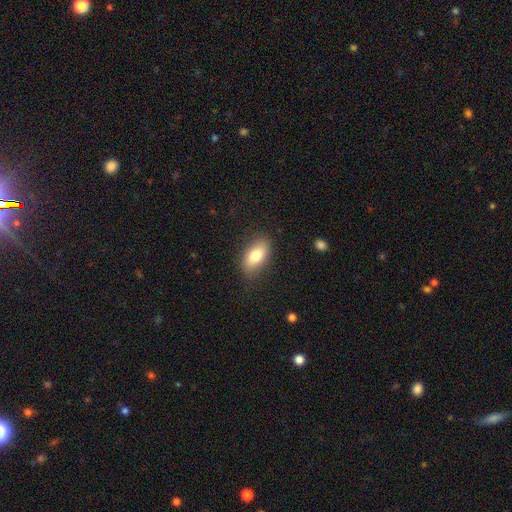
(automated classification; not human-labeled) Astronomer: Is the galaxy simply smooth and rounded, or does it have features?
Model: smooth — 79%.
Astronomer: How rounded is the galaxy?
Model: in between — 89%.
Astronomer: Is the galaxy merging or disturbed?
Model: none — 82%.